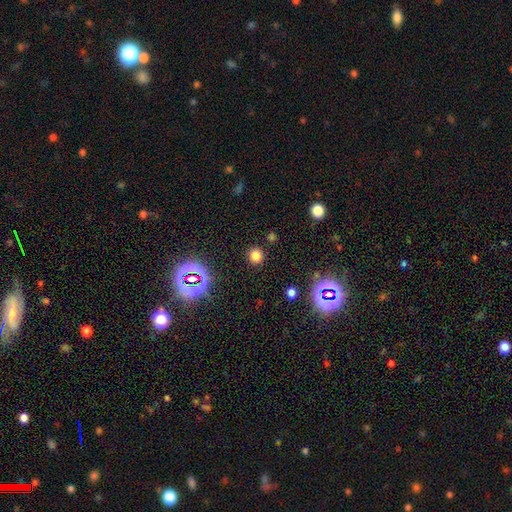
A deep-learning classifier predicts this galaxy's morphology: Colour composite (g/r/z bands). It shows a smooth galaxy with no disk features (74%) that is round (90%). Merging: none (89%).